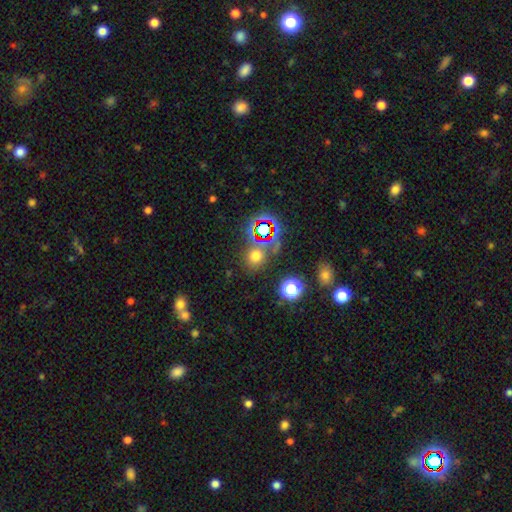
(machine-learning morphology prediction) Smooth or featured? smooth (61%)
How rounded? round (77%)
Merging? none (71%)